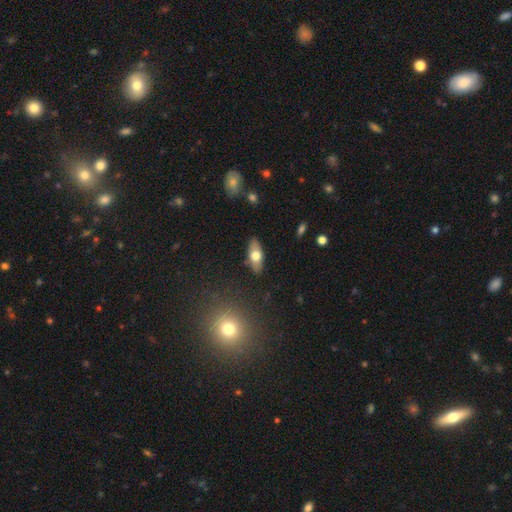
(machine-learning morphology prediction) A smooth galaxy with no disk features (63%) that is in between round and cigar-shaped (80%). Merging: none (86%).